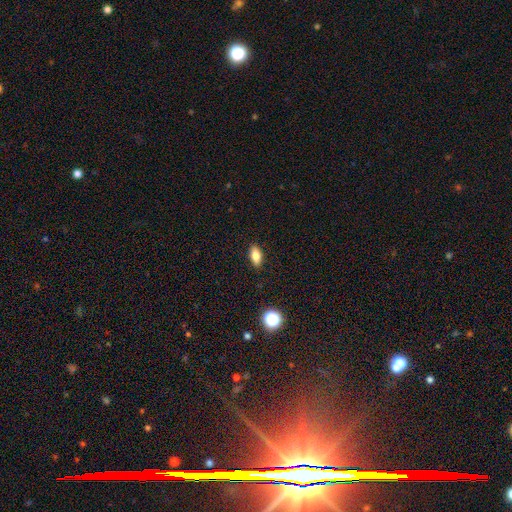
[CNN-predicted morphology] type=smooth (79%); roundness=in between (84%); merging=none (89%).